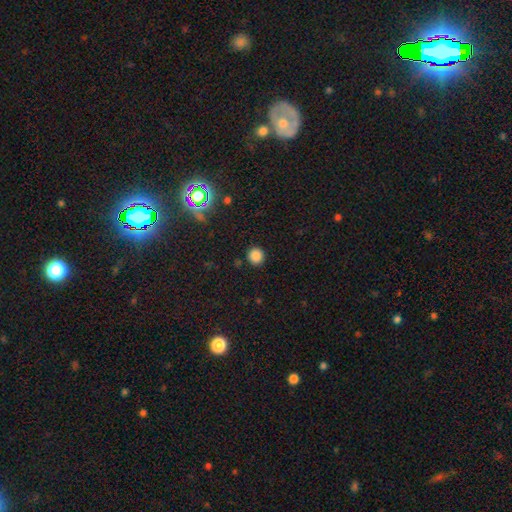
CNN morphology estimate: This appears to be a smooth galaxy with no disk features (83%) that is round (92%). Merging: none (90%).